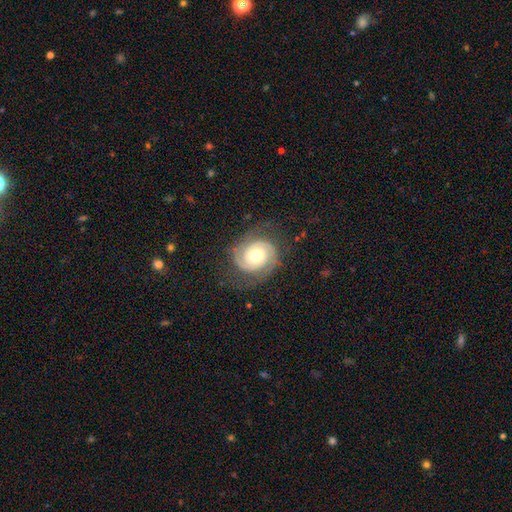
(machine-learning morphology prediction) Overall: featured or disk (87%). Edge-on disk: no (98%). Bar: no (71%). Spiral arms: yes (97%). Spiral arm count: 2 (88%). Spiral winding: tight (63%; medium 30%). Bulge size: moderate (69%). Merging: none (77%).